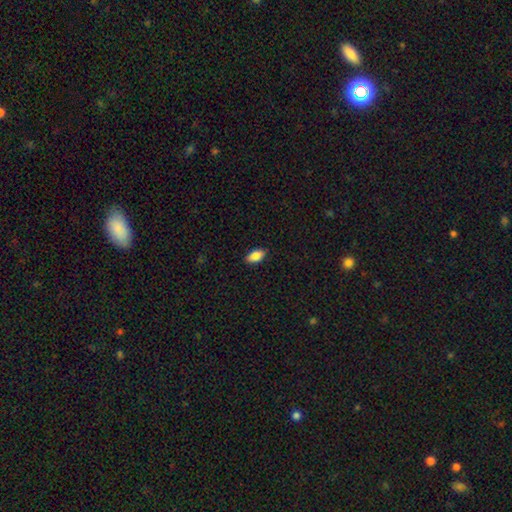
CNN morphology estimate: This is clearly a smooth galaxy (86%). How rounded: clearly in between (91%). Merging: clearly none (88%).